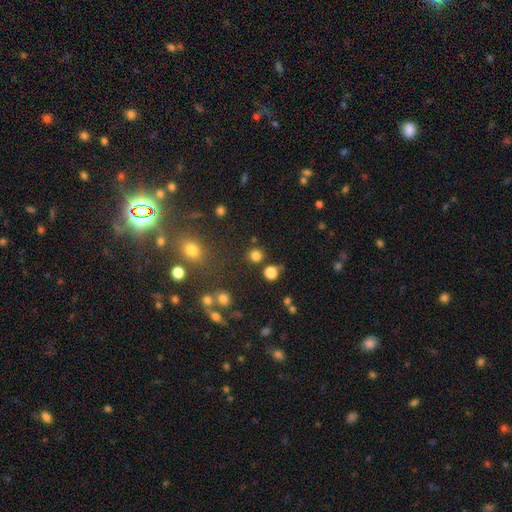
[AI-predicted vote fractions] A smooth galaxy with no disk features (79%) that is round (92%).

Vote fractions:
- Smooth or featured? smooth: 79% / star or artifact: 16% / featured or disk: 5%
- How rounded? round: 92% / in between: 7% / cigar-shaped: 1%
- Merging? none: 85% / minor disturbance: 7% / merger: 5% / major disturbance: 3%